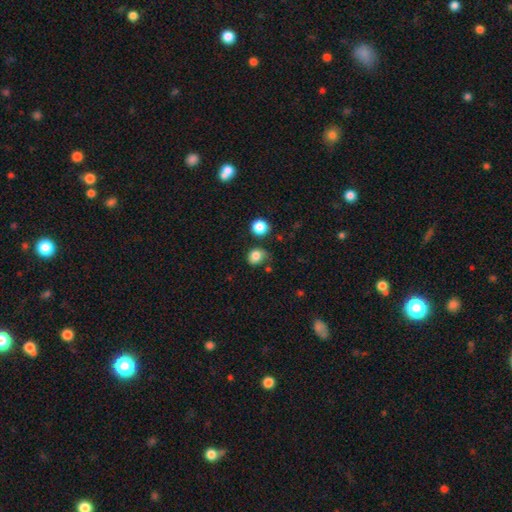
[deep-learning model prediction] Smooth or featured? smooth (81%)
How rounded? round (70%)
Merging? none (61%)